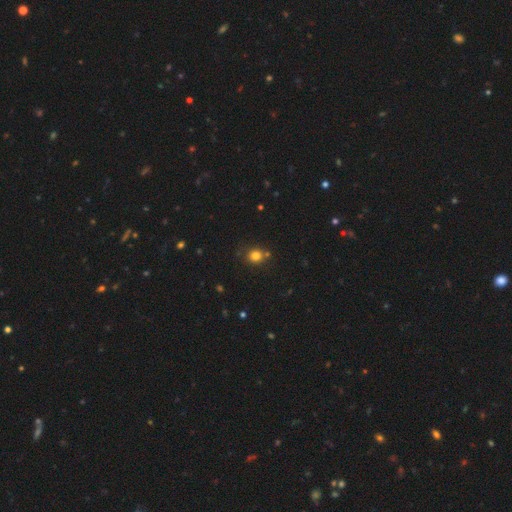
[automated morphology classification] Smooth or featured? smooth (79%)
How rounded? round (83%)
Merging? none (74%)